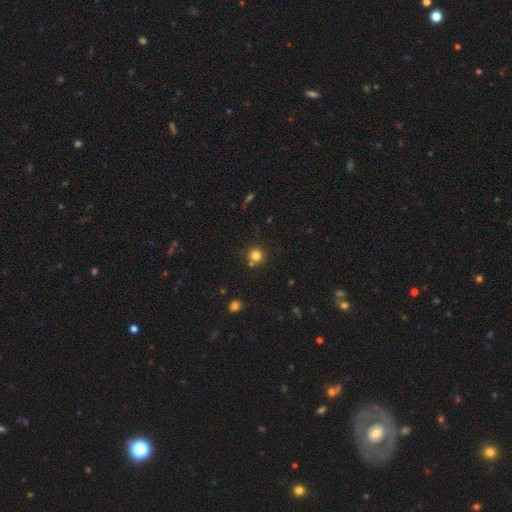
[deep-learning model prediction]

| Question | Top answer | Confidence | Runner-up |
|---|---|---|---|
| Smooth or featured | smooth | 80% | star or artifact (14%) |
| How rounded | round | 93% | in between (6%) |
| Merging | none | 76% | merger (13%) |